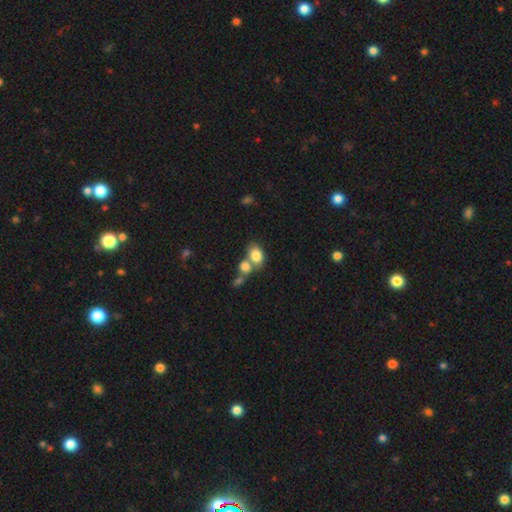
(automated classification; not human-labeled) Smooth or featured: smooth — 80% (featured or disk — 12%)
How rounded: in between — 73% (round — 26%)
Merging: merger — 48% (none — 37%)